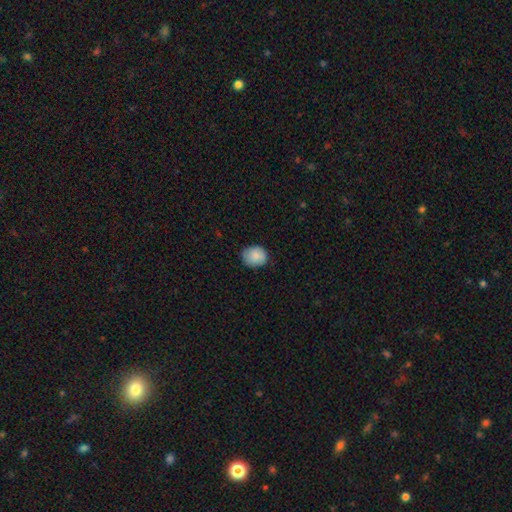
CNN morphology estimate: A smooth galaxy with no disk features (87%) that is round (58%).

Vote fractions:
- Smooth or featured? smooth: 87% / star or artifact: 8% / featured or disk: 6%
- How rounded? round: 58% / in between: 41% / cigar-shaped: 1%
- Merging? none: 79% / minor disturbance: 17% / major disturbance: 3% / merger: 1%